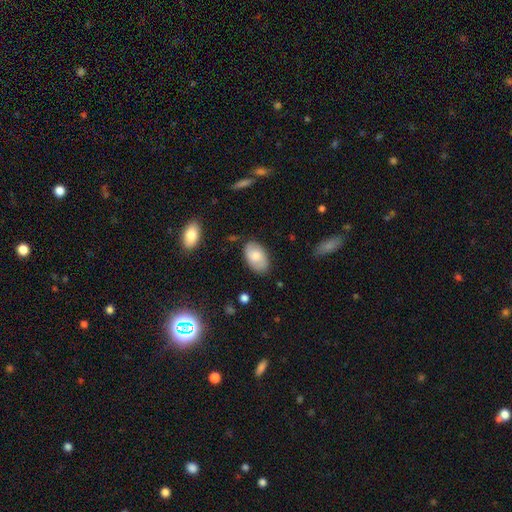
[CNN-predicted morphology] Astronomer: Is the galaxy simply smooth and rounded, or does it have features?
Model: smooth — 71%.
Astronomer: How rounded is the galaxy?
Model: in between — 93%.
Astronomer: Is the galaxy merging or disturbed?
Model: none — 79%.